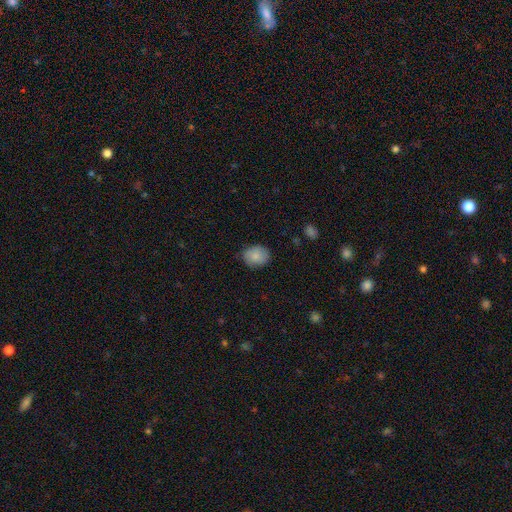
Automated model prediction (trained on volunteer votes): Smooth or featured: smooth — 84% (featured or disk — 9%)
How rounded: round — 52% (in between — 47%)
Merging: none — 80% (minor disturbance — 16%)